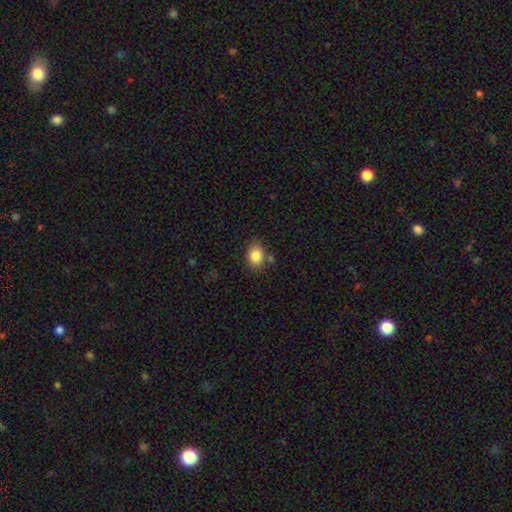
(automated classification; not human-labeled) A smooth galaxy with no disk features (85%) that is in between round and cigar-shaped (65%). Merging: none (76%).